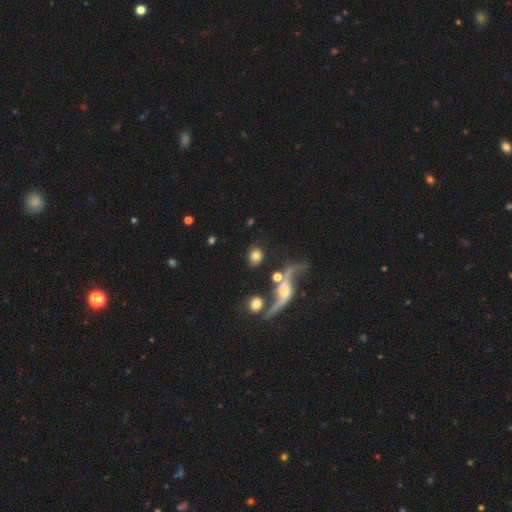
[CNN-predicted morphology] type=smooth (71%); roundness=round (74%); merging=none (76%).